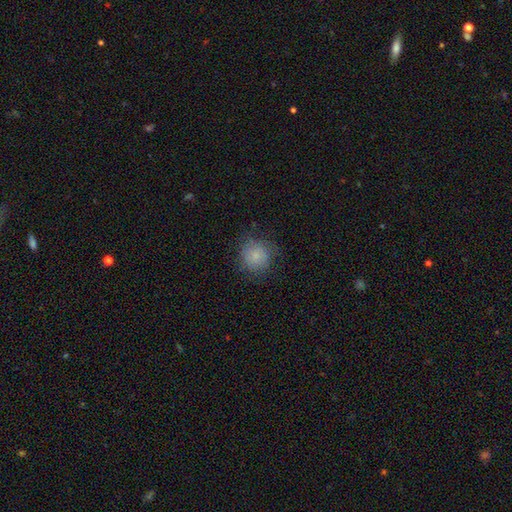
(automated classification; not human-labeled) Overall: smooth (82%). How rounded: round (90%). Merging: none (75%).